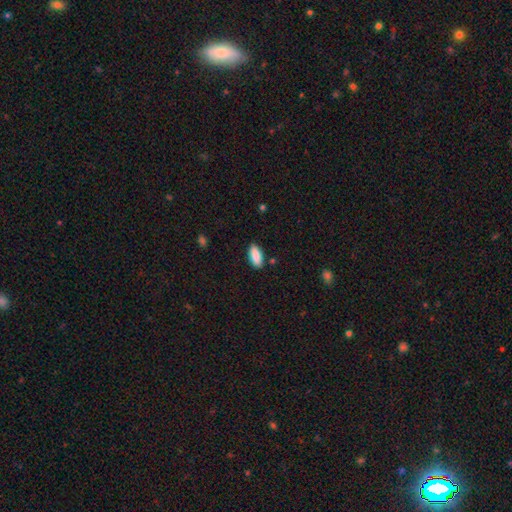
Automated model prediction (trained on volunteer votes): Smooth or featured?
  - smooth: 90% *
  - star or artifact: 6%
  - featured or disk: 4%
How rounded?
  - in between: 87% *
  - cigar-shaped: 11%
  - round: 2%
Merging?
  - none: 86% *
  - minor disturbance: 10%
  - major disturbance: 2%
  - merger: 2%